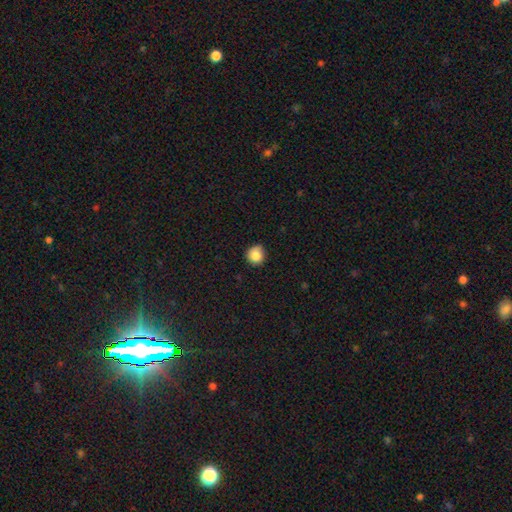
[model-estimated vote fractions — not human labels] smooth_or_featured: smooth (p=0.85) [alt: star or artifact p=0.10]
how_rounded: round (p=0.91) [alt: in between p=0.08]
merging: none (p=0.75) [alt: minor disturbance p=0.21]